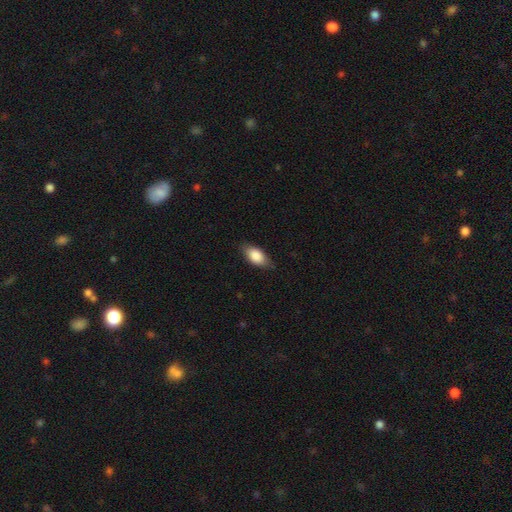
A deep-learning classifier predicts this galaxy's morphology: smooth 84%, featured or disk 10%, star or artifact 7%. Down the decision tree: how rounded — in between (89%); merging — none (79%).